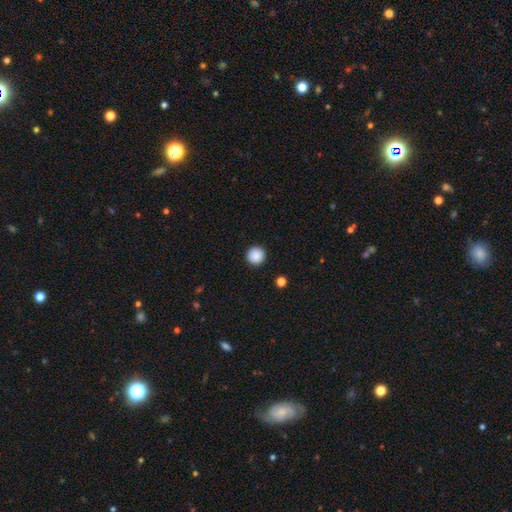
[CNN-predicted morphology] Smooth or featured? Predicted: smooth (p=0.89). How rounded? Predicted: round (p=0.96). Merging? Predicted: none (p=0.93).